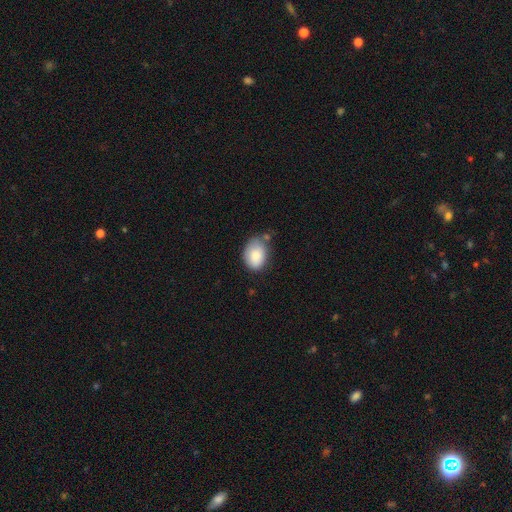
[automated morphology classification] This appears to be a smooth galaxy with no disk features (84%) that is in between round and cigar-shaped (78%). Merging: none (56%).